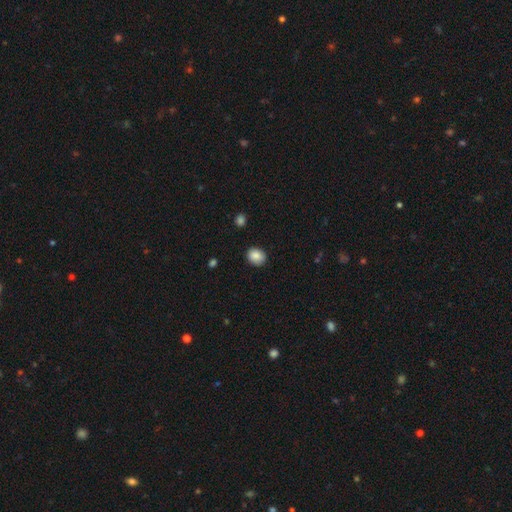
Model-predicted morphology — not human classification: Q: Smooth or featured?
A: smooth (87%); runner-up: star or artifact (8%)
Q: How rounded?
A: round (62%); runner-up: in between (37%)
Q: Merging?
A: none (86%); runner-up: minor disturbance (11%)